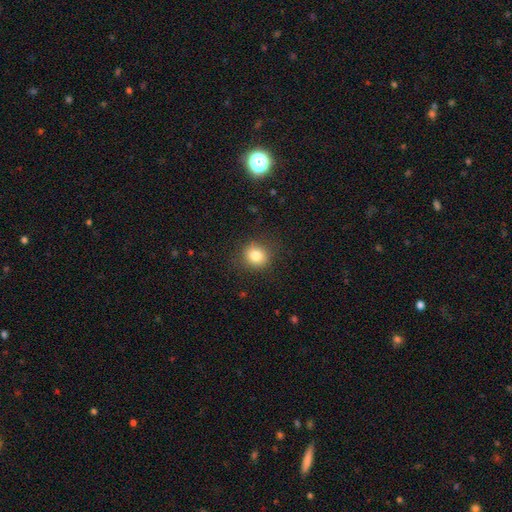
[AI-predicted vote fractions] This appears to be a smooth galaxy with no disk features (82%) that is round (81%). Merging: none (86%).